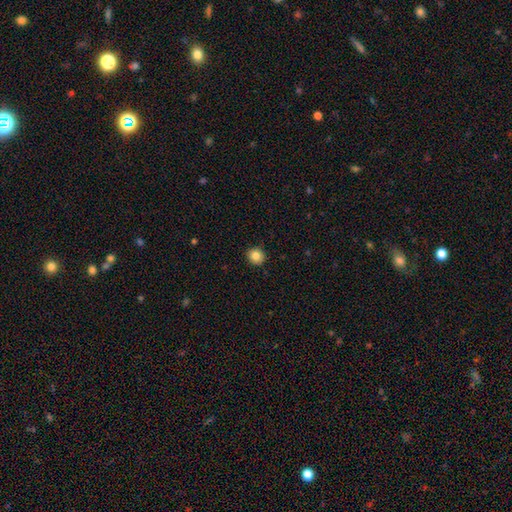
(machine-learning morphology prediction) Smooth or featured: smooth — 84% (star or artifact — 10%)
How rounded: round — 88% (in between — 11%)
Merging: none — 92% (minor disturbance — 6%)